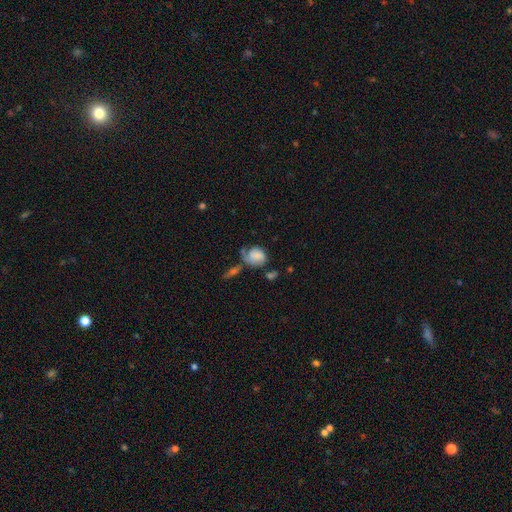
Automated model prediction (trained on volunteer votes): A smooth galaxy with no disk features (61%) that is in between round and cigar-shaped (53%). Merging: none (38%).